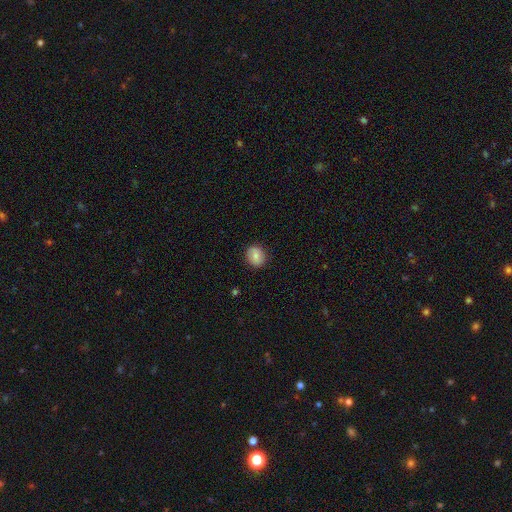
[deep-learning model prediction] This is likely a smooth galaxy (77%). How rounded: likely round (67%). Merging: clearly none (87%).